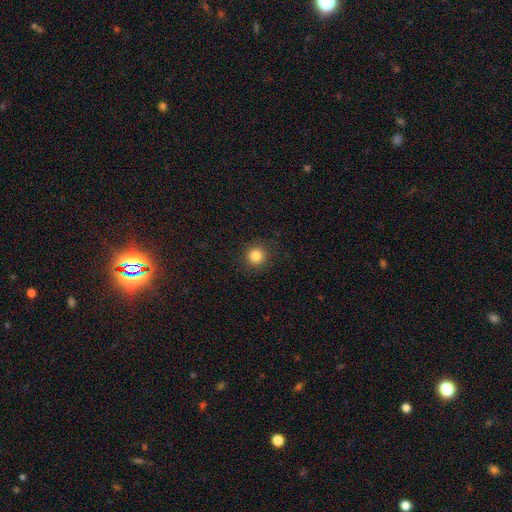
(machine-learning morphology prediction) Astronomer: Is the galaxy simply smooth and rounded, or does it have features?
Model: smooth — 84%.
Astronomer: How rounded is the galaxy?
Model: round — 94%.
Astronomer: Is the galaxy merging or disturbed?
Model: none — 91%.